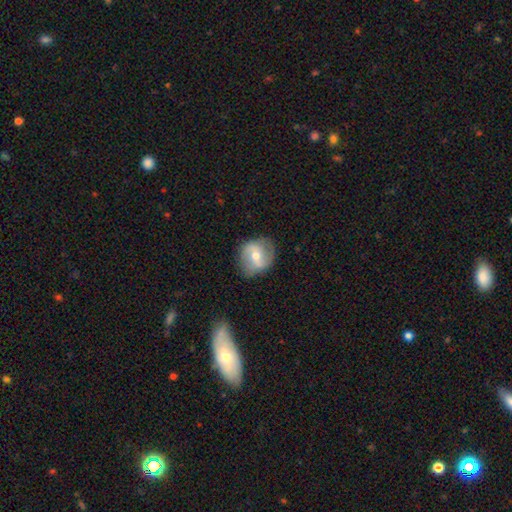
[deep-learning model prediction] A featured or disk galaxy (66%) with a weak bar (44%), 2 (86%) loose (43%) spiral arms (80%) and a moderate central bulge (62%). Merging: none (79%).